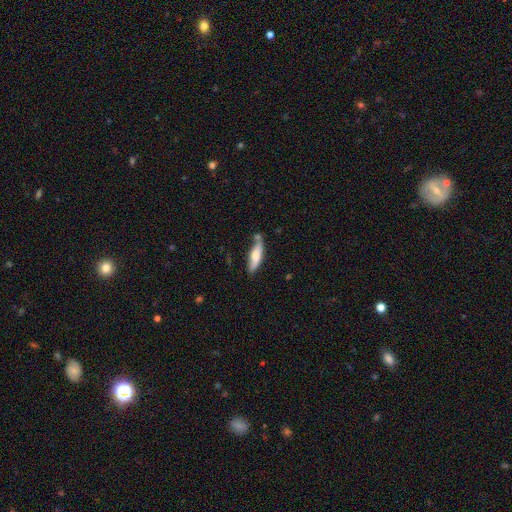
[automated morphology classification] Smooth or featured? smooth (65%)
How rounded? cigar-shaped (58%)
Merging? none (64%)